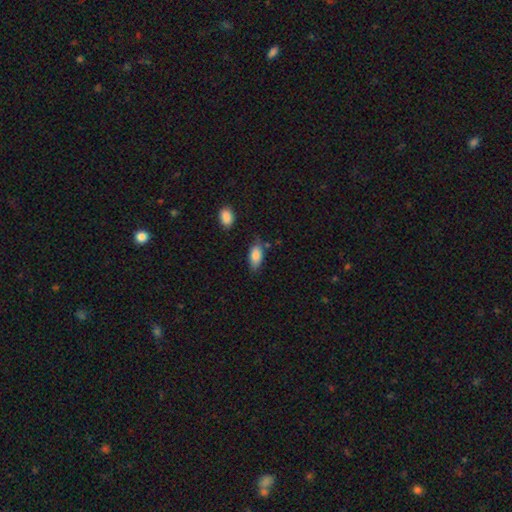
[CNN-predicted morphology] Overall: smooth (83%). How rounded: in between (88%). Merging: none (70%).